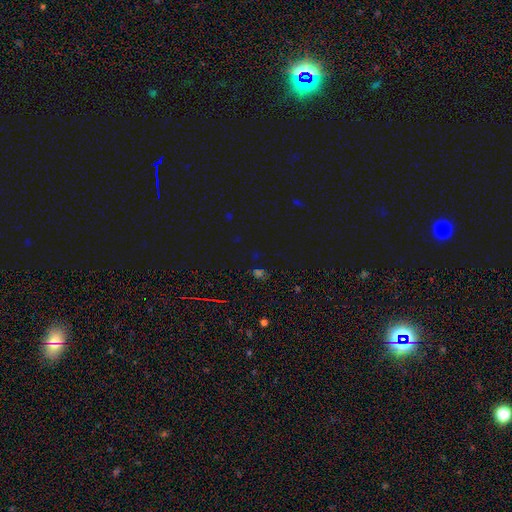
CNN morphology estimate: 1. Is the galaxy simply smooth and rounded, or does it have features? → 63% star or artifact, 30% smooth, 8% featured or disk.